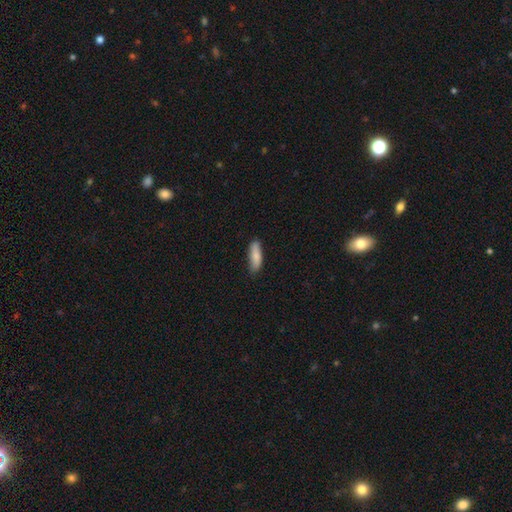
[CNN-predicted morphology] A smooth galaxy with no disk features (84%) that is in between round and cigar-shaped (53%). Merging: none (82%).